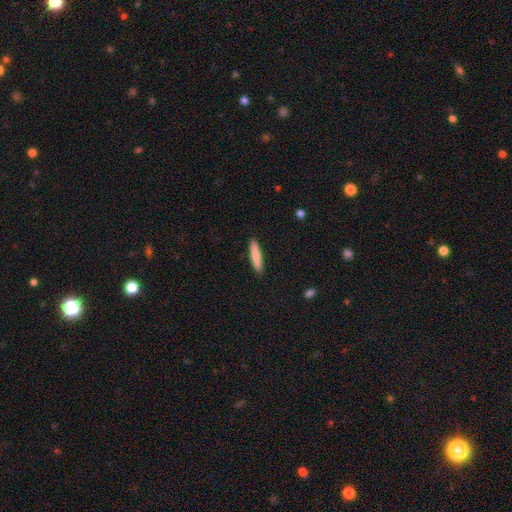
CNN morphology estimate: A smooth galaxy with no disk features (79%) that is cigar-shaped (88%). Merging: none (90%).